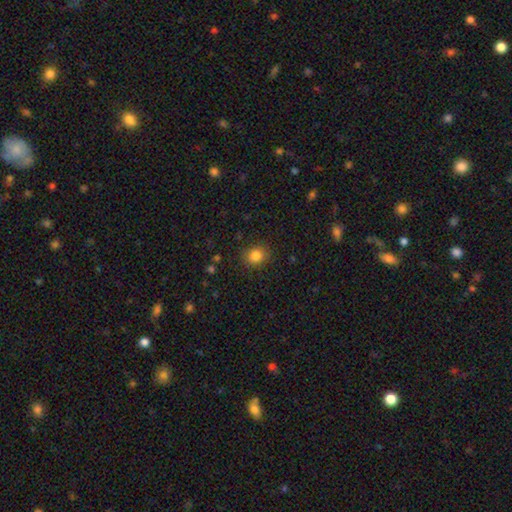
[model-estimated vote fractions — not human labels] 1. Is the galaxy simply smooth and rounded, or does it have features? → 84% smooth, 11% star or artifact, 5% featured or disk.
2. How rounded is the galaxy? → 69% round, 31% in between, 1% cigar-shaped.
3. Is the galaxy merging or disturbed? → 88% none, 9% minor disturbance, 3% major disturbance, 1% merger.